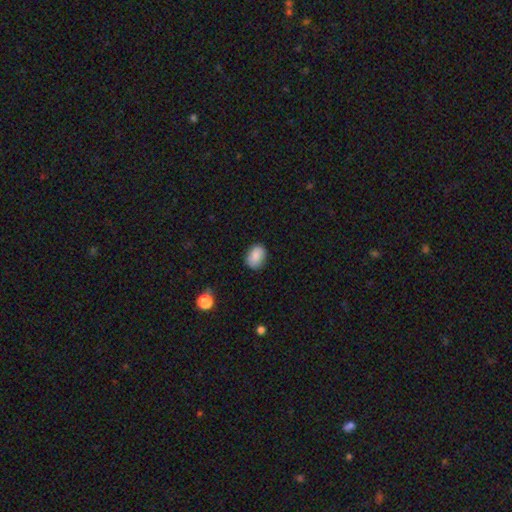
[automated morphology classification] Smooth or featured? smooth (87%)
How rounded? in between (74%)
Merging? none (81%)